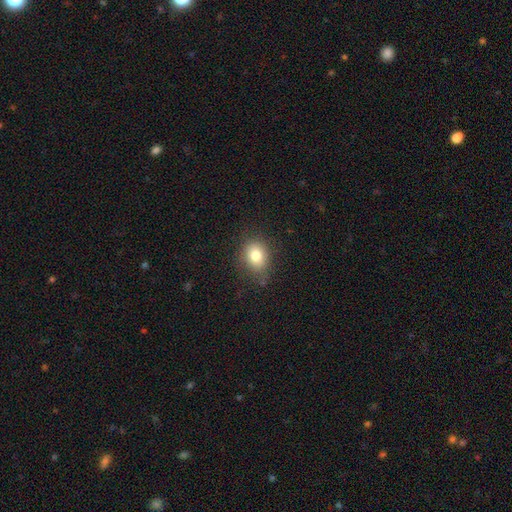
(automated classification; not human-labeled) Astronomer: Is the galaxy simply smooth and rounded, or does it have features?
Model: smooth — 80%.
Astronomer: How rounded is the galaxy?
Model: in between — 50% (runner-up: round, 49%).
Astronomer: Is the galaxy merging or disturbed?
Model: none — 77%.